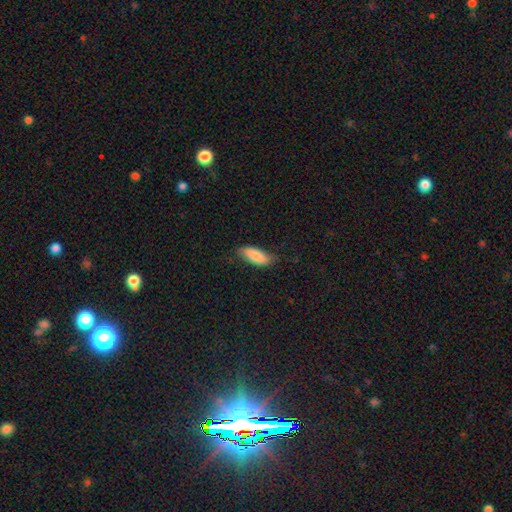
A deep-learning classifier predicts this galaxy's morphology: A smooth galaxy with no disk features (84%) that is in between round and cigar-shaped (75%). Merging: none (68%).